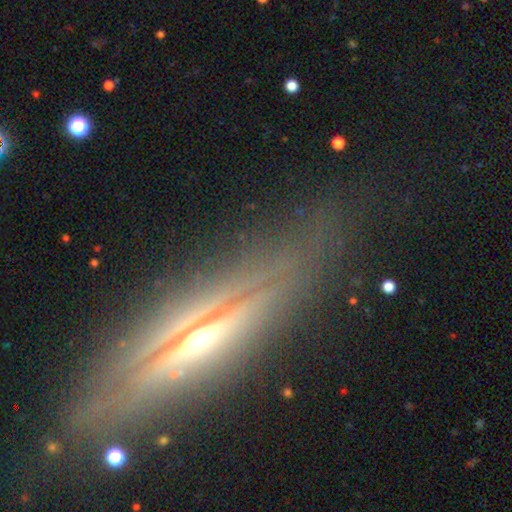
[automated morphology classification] Smooth or featured: featured or disk — 78% (smooth — 12%)
Edge-on disk: yes — 89% (no — 11%)
Edge-on bulge: rounded — 86% (none — 9%)
Merging: none — 80% (minor disturbance — 12%)